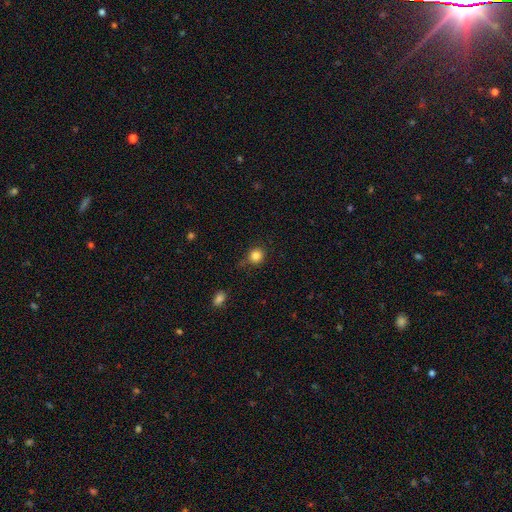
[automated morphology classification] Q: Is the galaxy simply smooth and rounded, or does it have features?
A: smooth — 84%.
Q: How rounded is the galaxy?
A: round — 89%.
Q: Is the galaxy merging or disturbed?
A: none — 75%.